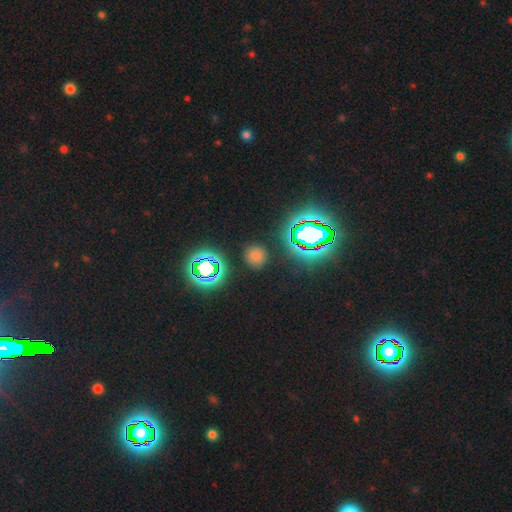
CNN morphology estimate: Smooth or featured?
  - smooth: 64% *
  - star or artifact: 28%
  - featured or disk: 7%
How rounded?
  - round: 91% *
  - in between: 8%
  - cigar-shaped: 1%
Merging?
  - none: 88% *
  - minor disturbance: 7%
  - major disturbance: 3%
  - merger: 2%